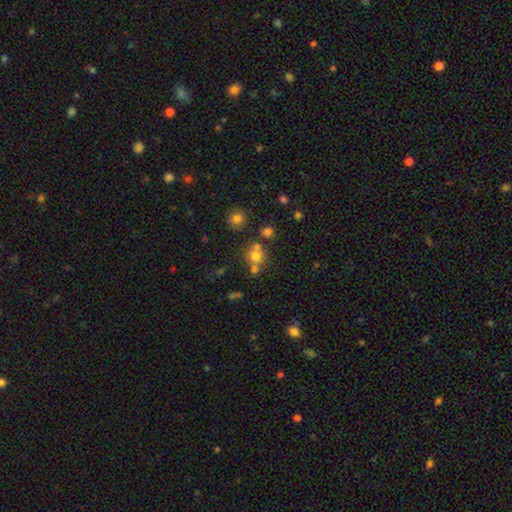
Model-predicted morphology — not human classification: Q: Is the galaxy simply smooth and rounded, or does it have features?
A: smooth — 69%.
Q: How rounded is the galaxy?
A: round — 86%.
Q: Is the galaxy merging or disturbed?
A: none — 58%.